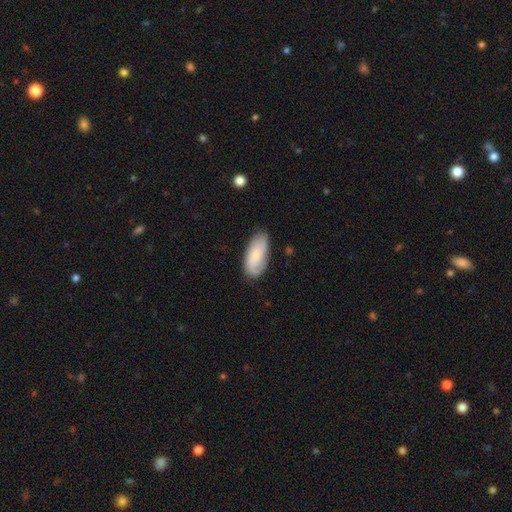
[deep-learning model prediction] This appears to be a smooth galaxy with no disk features (65%) that is in between round and cigar-shaped (89%). Merging: none (71%).